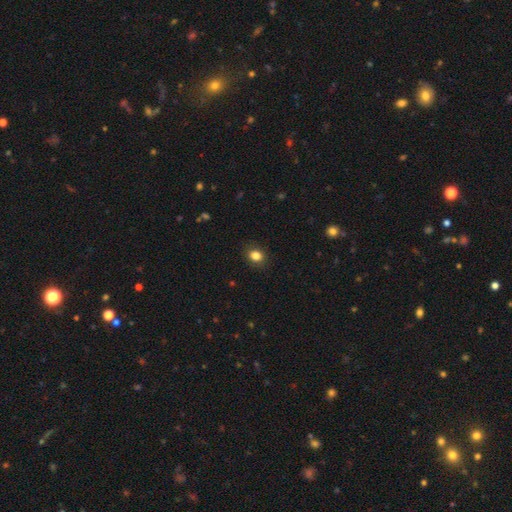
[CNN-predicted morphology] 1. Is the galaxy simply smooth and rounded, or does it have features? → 84% smooth, 11% star or artifact, 5% featured or disk.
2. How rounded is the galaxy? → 53% round, 46% in between, 1% cigar-shaped.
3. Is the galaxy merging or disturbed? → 87% none, 9% minor disturbance, 2% major disturbance, 1% merger.